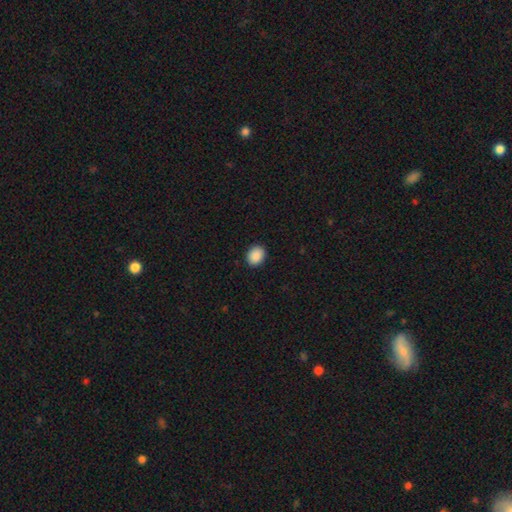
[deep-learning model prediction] Smooth or featured?
  - smooth: 90% *
  - star or artifact: 8%
  - featured or disk: 3%
How rounded?
  - in between: 51% *
  - round: 48%
  - cigar-shaped: 1%
Merging?
  - none: 90% *
  - minor disturbance: 7%
  - major disturbance: 2%
  - merger: 1%